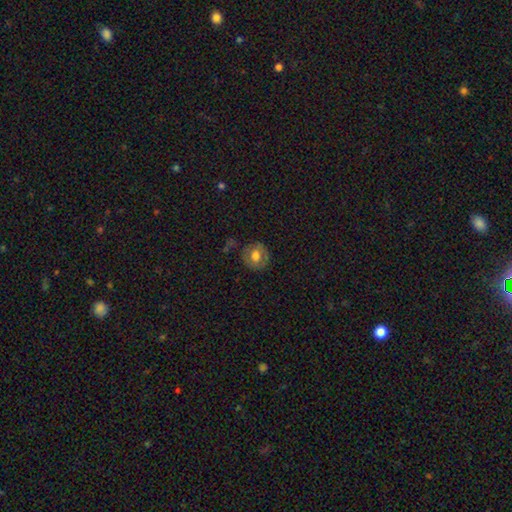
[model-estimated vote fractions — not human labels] smooth 62%, featured or disk 30%, star or artifact 8%. Down the decision tree: how rounded — round (84%); merging — none (80%).